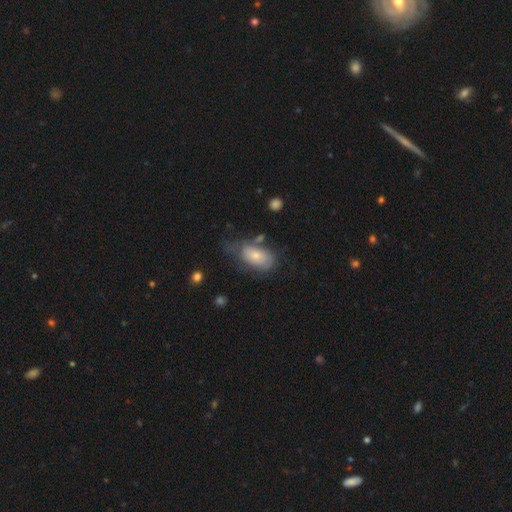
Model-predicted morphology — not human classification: This appears to be a smooth galaxy with no disk features (66%) that is in between round and cigar-shaped (91%). Merging: none (40%).